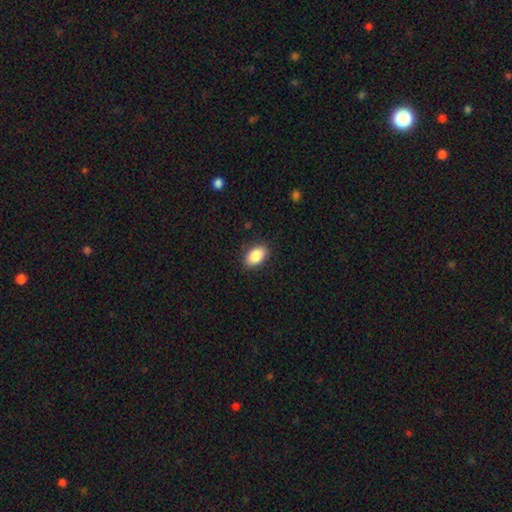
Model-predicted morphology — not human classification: Smooth or featured? Predicted: smooth (p=0.88). How rounded? Predicted: in between (p=0.91). Merging? Predicted: none (p=0.87).